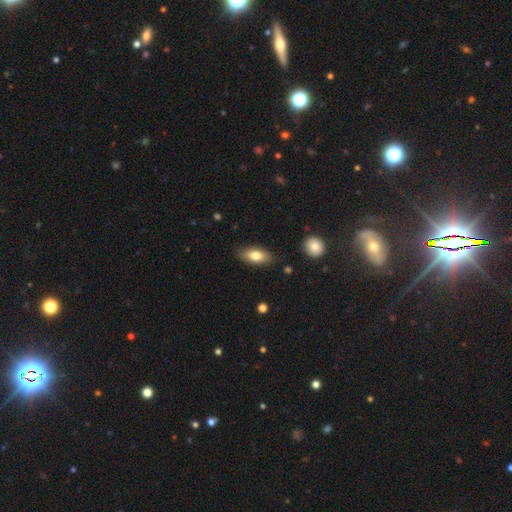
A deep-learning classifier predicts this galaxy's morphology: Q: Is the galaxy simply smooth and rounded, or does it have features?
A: smooth — 77%.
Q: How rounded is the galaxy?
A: in between — 84%.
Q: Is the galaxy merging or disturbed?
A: none — 85%.